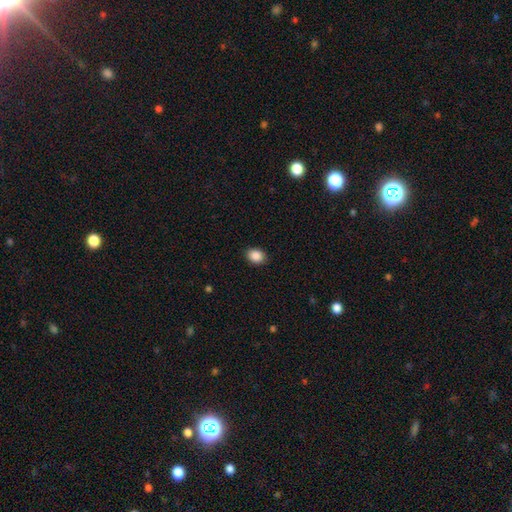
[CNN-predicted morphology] Smooth or featured? Predicted: smooth (p=0.89). How rounded? Predicted: in between (p=0.61). Merging? Predicted: none (p=0.89).